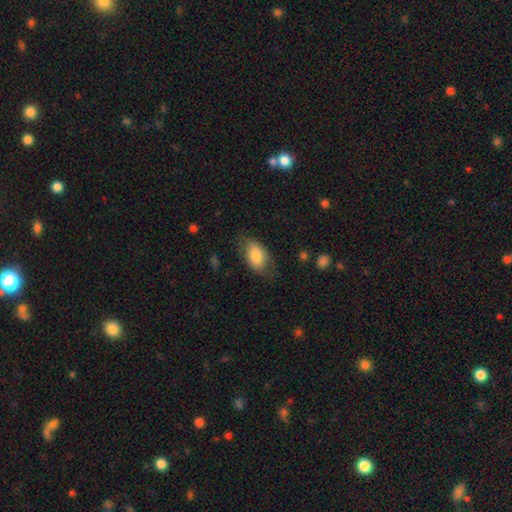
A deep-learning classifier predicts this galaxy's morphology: This is likely a smooth galaxy (75%). How rounded: clearly in between (92%). Merging: likely none (63%).